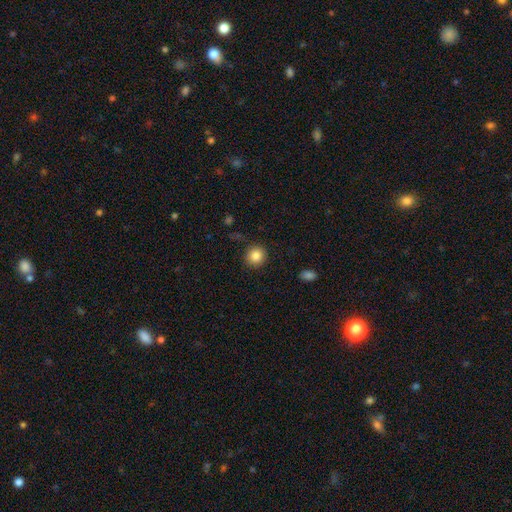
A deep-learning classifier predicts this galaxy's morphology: The model was most divided on "smooth or featured": smooth: 85%, star or artifact: 10%, featured or disk: 5%. More confident: how rounded — round (92%); merging — none (89%).